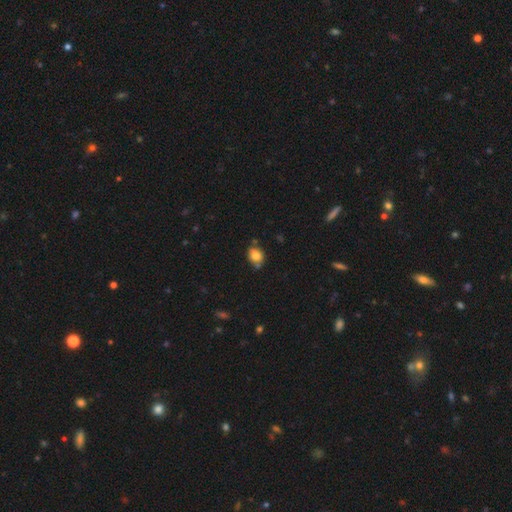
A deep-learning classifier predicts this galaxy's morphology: Smooth or featured: smooth — 80% (star or artifact — 10%)
How rounded: in between — 52% (round — 47%)
Merging: none — 69% (minor disturbance — 20%)